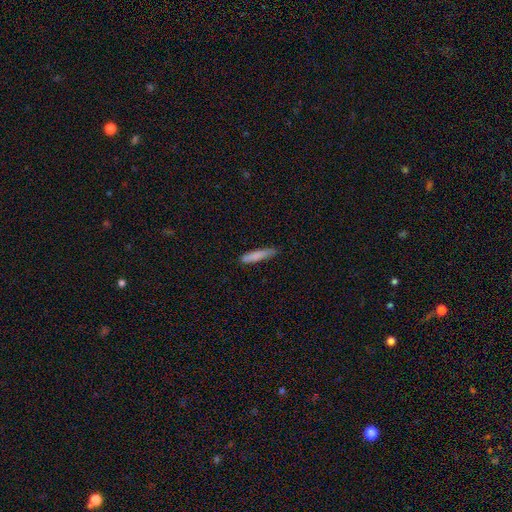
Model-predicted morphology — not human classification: This is clearly a smooth galaxy (82%). How rounded: clearly cigar-shaped (90%). Merging: likely none (78%).